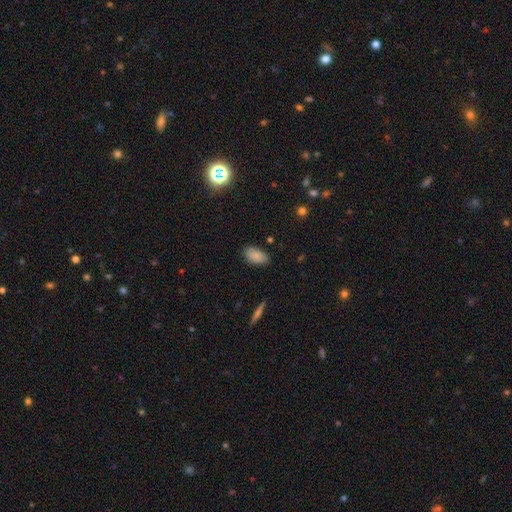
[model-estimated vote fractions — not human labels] Smooth or featured? Predicted: smooth (p=0.86). How rounded? Predicted: in between (p=0.93). Merging? Predicted: none (p=0.80).